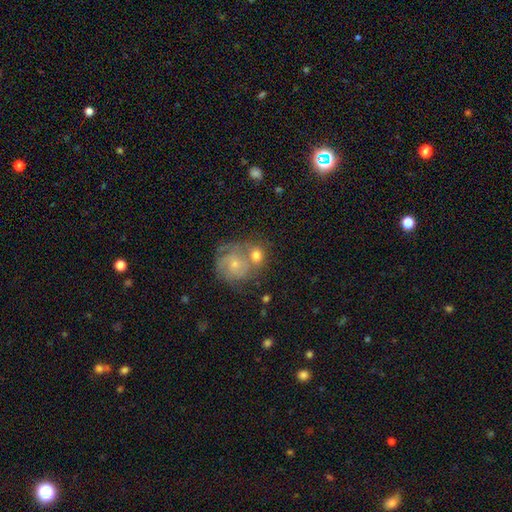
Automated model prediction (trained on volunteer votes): Smooth or featured? Predicted: featured or disk (p=0.54). Edge-on disk? Predicted: no (p=0.97). Bar? Predicted: no (p=0.68). Spiral arms? Predicted: yes (p=0.86). Bulge size? Predicted: small (p=0.61). Merging? Predicted: none (p=0.46).